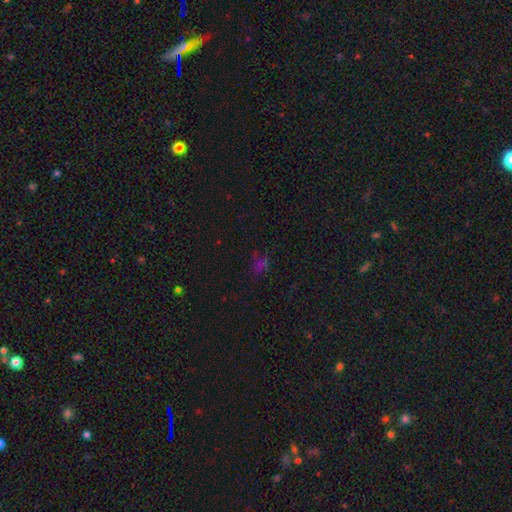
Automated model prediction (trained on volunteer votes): Smooth or featured?
  - star or artifact: 51% *
  - smooth: 39%
  - featured or disk: 10%